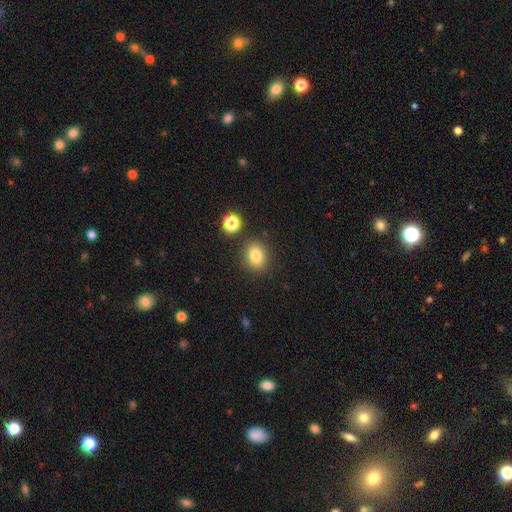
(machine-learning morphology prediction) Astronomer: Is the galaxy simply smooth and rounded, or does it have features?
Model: smooth — 82%.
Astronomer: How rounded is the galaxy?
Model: round — 53% (runner-up: in between, 46%).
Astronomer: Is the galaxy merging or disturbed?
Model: none — 83%.